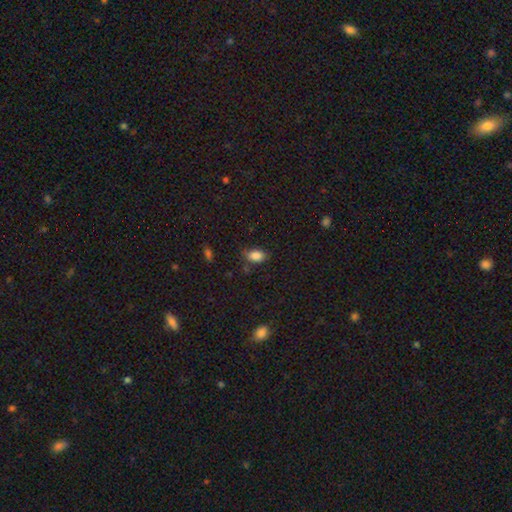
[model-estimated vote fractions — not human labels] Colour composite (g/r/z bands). It shows a smooth galaxy with no disk features (84%) that is in between round and cigar-shaped (85%). Merging: none (64%).